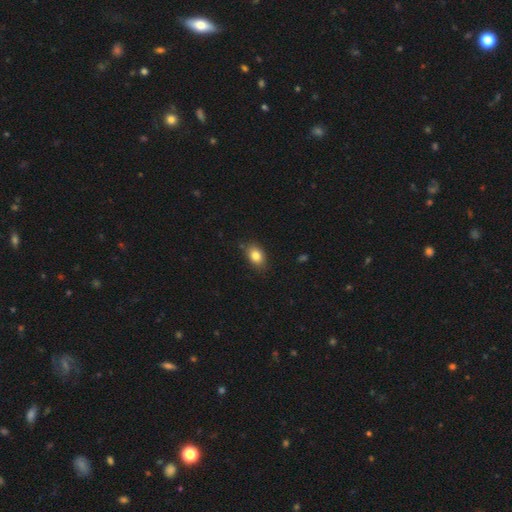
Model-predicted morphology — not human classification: Smooth or featured: smooth — 83% (star or artifact — 9%)
How rounded: in between — 76% (round — 22%)
Merging: none — 80% (minor disturbance — 16%)